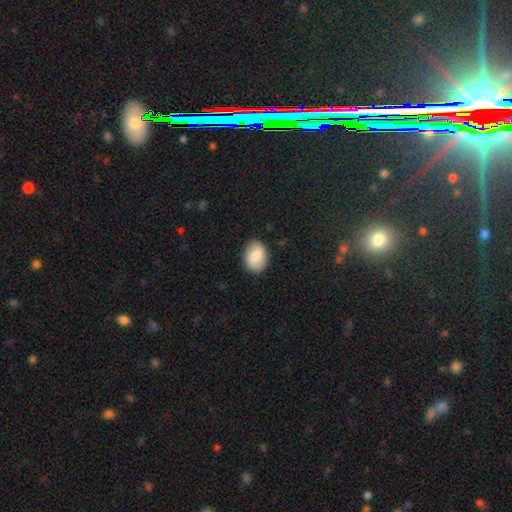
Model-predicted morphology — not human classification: Overall: smooth (76%). How rounded: in between (67%; round 32%). Merging: none (86%).